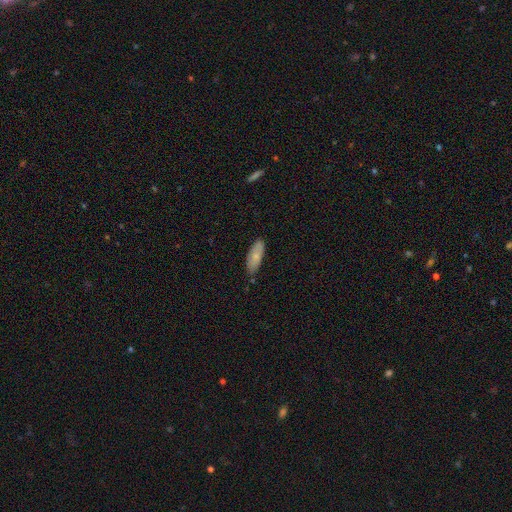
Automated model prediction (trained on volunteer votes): smooth_or_featured: smooth (p=0.76) [alt: featured or disk p=0.18]
how_rounded: in between (p=0.69) [alt: cigar-shaped p=0.29]
merging: none (p=0.76) [alt: minor disturbance p=0.19]